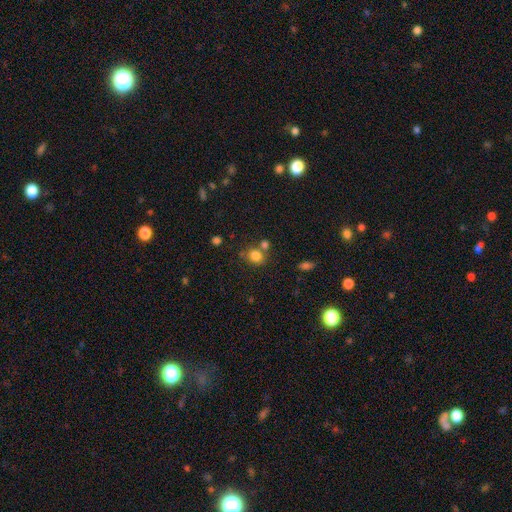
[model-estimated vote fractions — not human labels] Smooth or featured: smooth — 81% (star or artifact — 12%)
How rounded: round — 64% (in between — 35%)
Merging: none — 59% (merger — 23%)